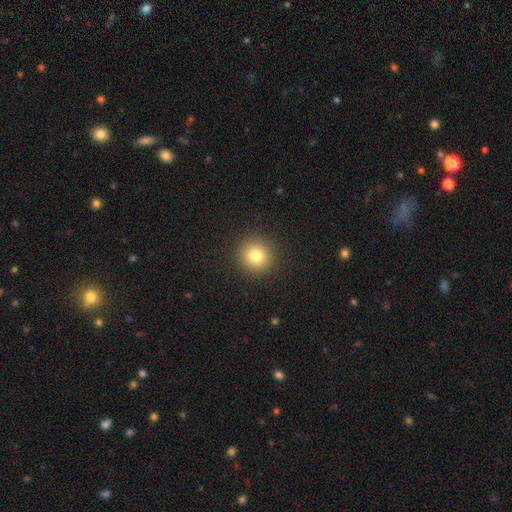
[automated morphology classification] Overall: smooth (80%). How rounded: round (93%). Merging: none (92%).